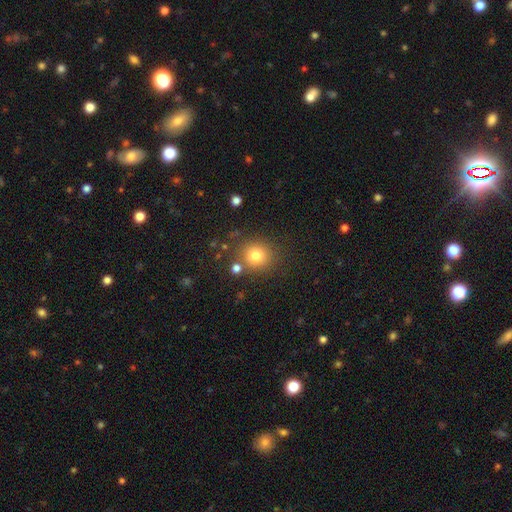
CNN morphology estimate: smooth_or_featured: smooth (p=0.78) [alt: star or artifact p=0.14]
how_rounded: round (p=0.85) [alt: in between p=0.14]
merging: none (p=0.80) [alt: minor disturbance p=0.09]